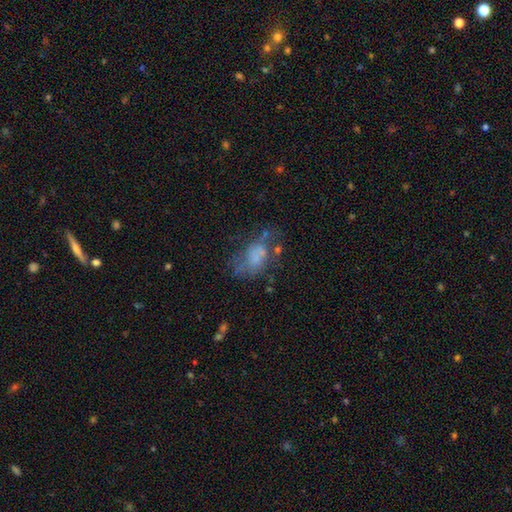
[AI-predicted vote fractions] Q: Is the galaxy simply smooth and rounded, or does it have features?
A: smooth — 45%.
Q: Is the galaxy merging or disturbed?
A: none — 35%.